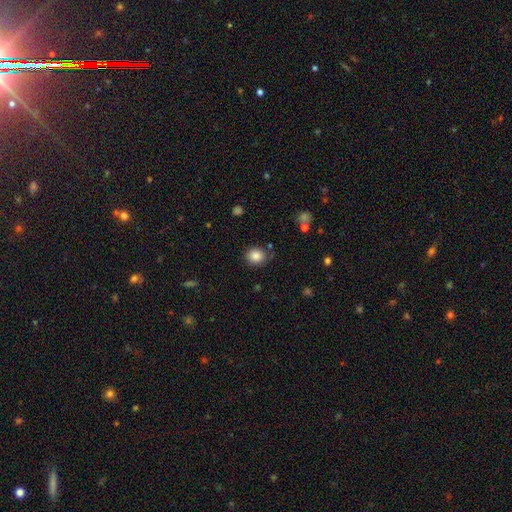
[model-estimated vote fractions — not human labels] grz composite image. It shows a smooth galaxy with no disk features (84%) that is round (81%). Merging: none (83%).